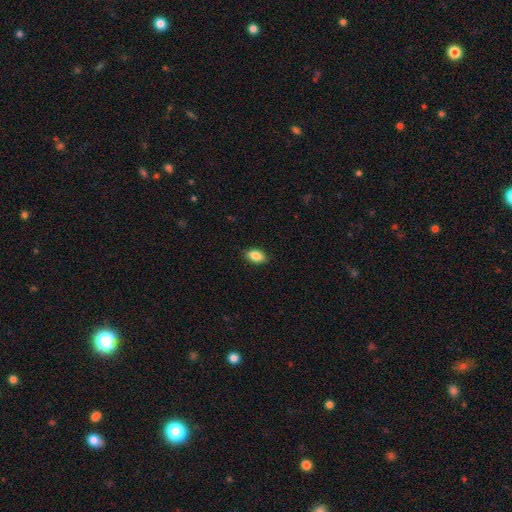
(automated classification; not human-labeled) smooth 86%, star or artifact 8%, featured or disk 6%. Down the decision tree: how rounded — in between (90%); merging — none (88%).